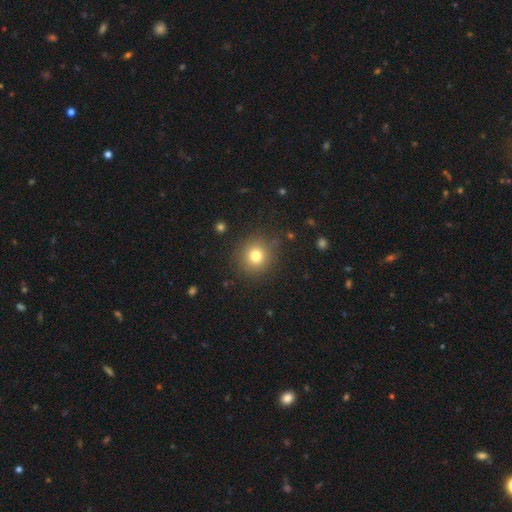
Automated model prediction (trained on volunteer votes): This appears to be a smooth galaxy with no disk features (77%) that is round (92%). Merging: none (86%).